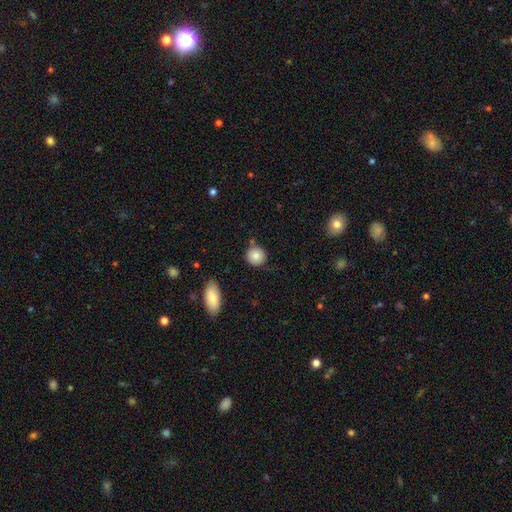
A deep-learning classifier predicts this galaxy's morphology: This is clearly a smooth galaxy (85%). How rounded: clearly round (88%). Merging: likely none (80%).